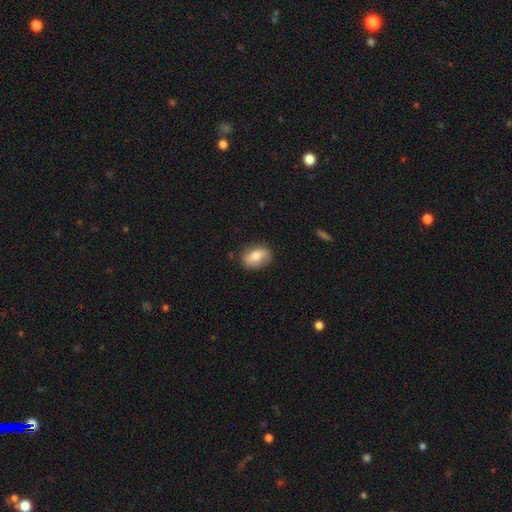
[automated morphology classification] Smooth or featured? Predicted: smooth (p=0.64). How rounded? Predicted: in between (p=0.72). Merging? Predicted: none (p=0.78).